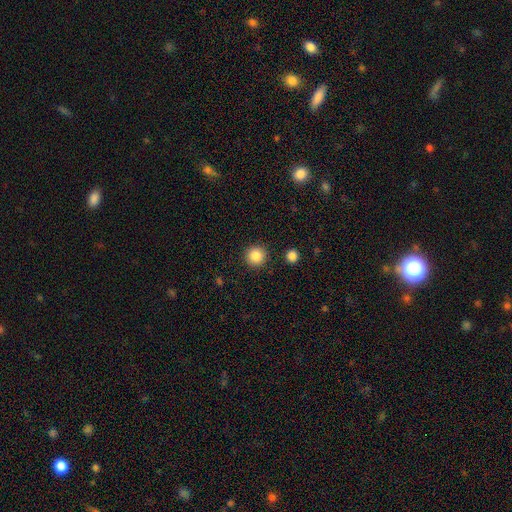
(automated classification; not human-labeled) Morphology: type=smooth (85%); roundness=round (95%); merging=none (91%).